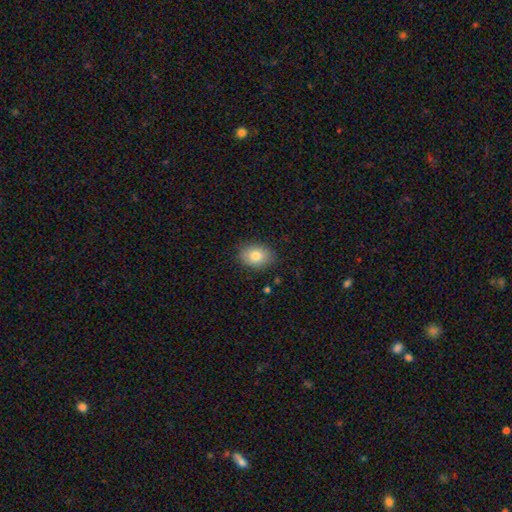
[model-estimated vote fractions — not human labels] smooth_or_featured: smooth (p=0.81) [alt: featured or disk p=0.11]
how_rounded: in between (p=0.71) [alt: round p=0.28]
merging: none (p=0.86) [alt: minor disturbance p=0.11]